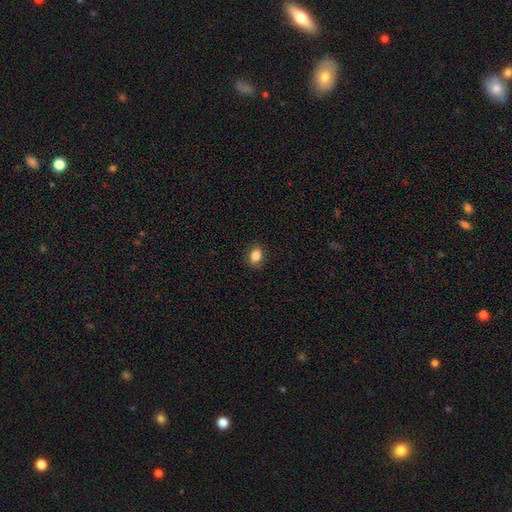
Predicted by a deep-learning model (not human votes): Morphology: type=smooth (83%); roundness=in between (74%); merging=none (88%).